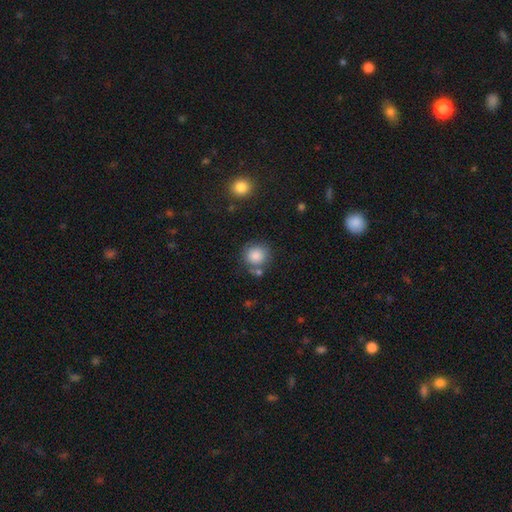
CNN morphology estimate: The model was most divided on "merging": none: 71%, minor disturbance: 13%, merger: 11%, major disturbance: 4%. More confident: how rounded — round (90%); smooth or featured — smooth (86%).